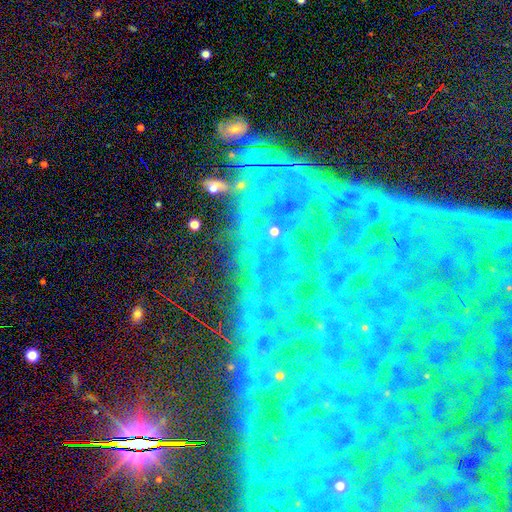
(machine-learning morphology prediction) A star or artifact, not a galaxy (81%).

Vote fractions:
- Smooth or featured? star or artifact: 81% / featured or disk: 11% / smooth: 8%